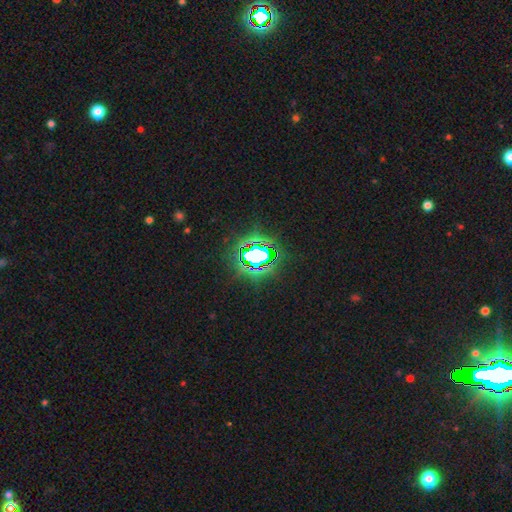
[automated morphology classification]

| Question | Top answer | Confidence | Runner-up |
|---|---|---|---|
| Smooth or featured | star or artifact | 81% | smooth (12%) |